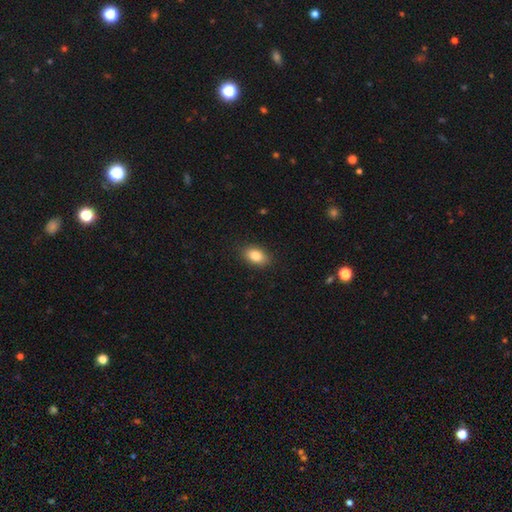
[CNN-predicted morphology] This is clearly a smooth galaxy (85%). How rounded: clearly in between (88%). Merging: clearly none (88%).